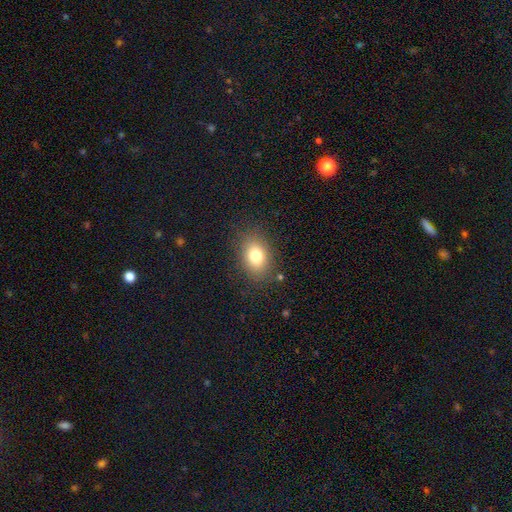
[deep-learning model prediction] This is likely a smooth galaxy (79%). How rounded: likely in between (76%). Merging: clearly none (84%).